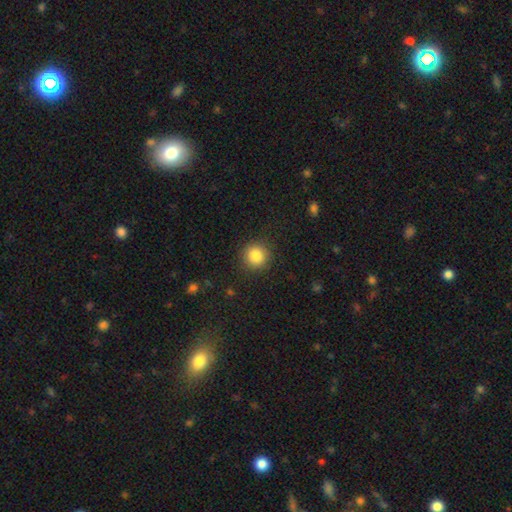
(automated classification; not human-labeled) smooth-or-featured: smooth: 85% | star or artifact: 10% | featured or disk: 5%
  how-rounded: round: 93% | in between: 6% | cigar-shaped: 1%
  merging: none: 90% | minor disturbance: 7% | major disturbance: 3% | merger: 1%